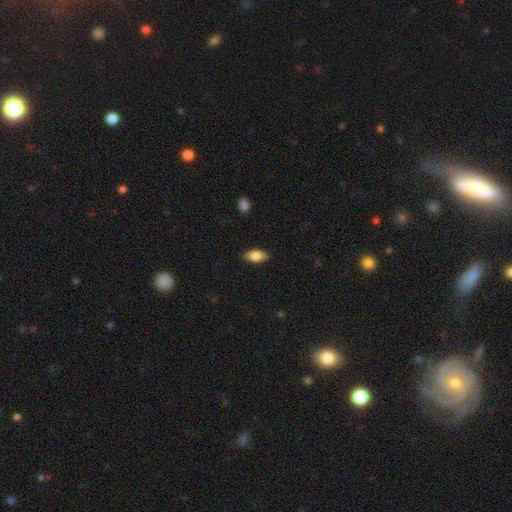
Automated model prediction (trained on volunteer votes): This is likely a smooth galaxy (79%). How rounded: clearly in between (88%). Merging: clearly none (86%).